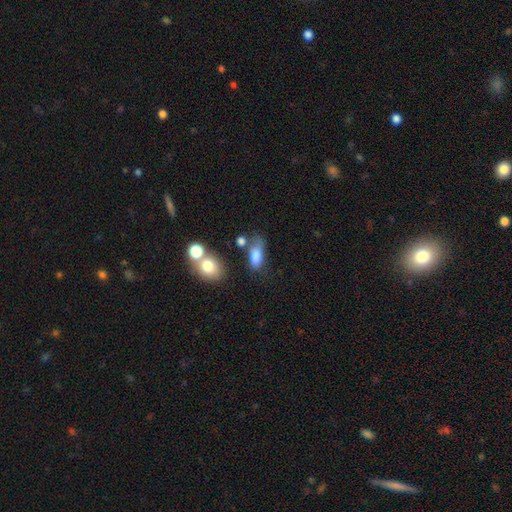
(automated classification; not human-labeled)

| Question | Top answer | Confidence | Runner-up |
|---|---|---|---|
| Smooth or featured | smooth | 80% | featured or disk (11%) |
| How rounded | in between | 81% | cigar-shaped (11%) |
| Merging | none | 44% | minor disturbance (25%) |